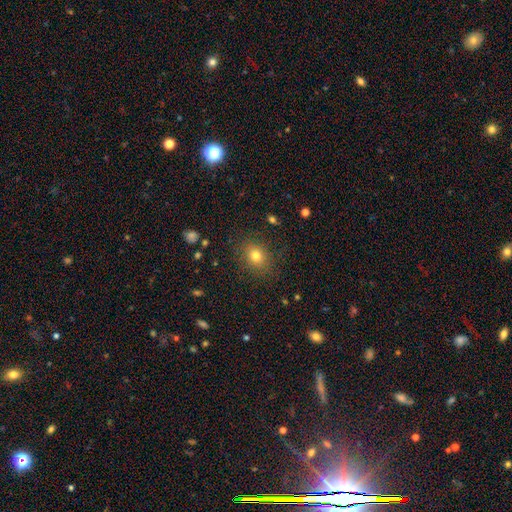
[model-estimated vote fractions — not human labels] This is likely a smooth galaxy (77%). How rounded: likely round (60%). Merging: clearly none (84%).